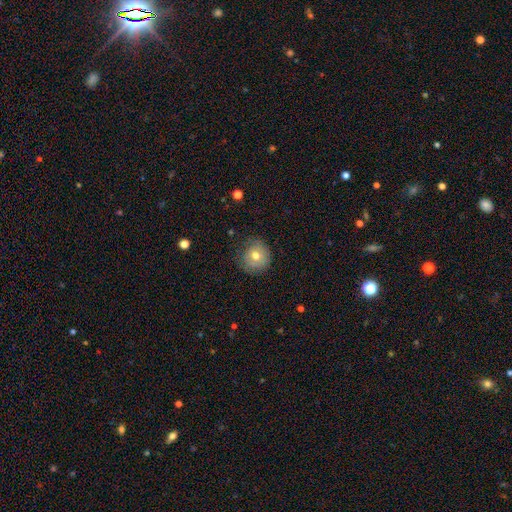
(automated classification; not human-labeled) Smooth or featured? smooth (64%)
How rounded? round (89%)
Merging? none (73%)